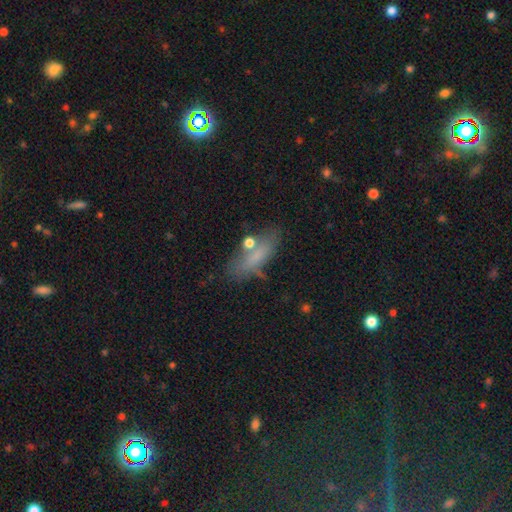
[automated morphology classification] A smooth galaxy with no disk features (67%) that is in between round and cigar-shaped (49%).

Vote fractions:
- Smooth or featured? smooth: 67% / featured or disk: 19% / star or artifact: 13%
- How rounded? in between: 49% / cigar-shaped: 46% / round: 5%
- Merging? none: 73% / minor disturbance: 16% / merger: 5% / major disturbance: 5%